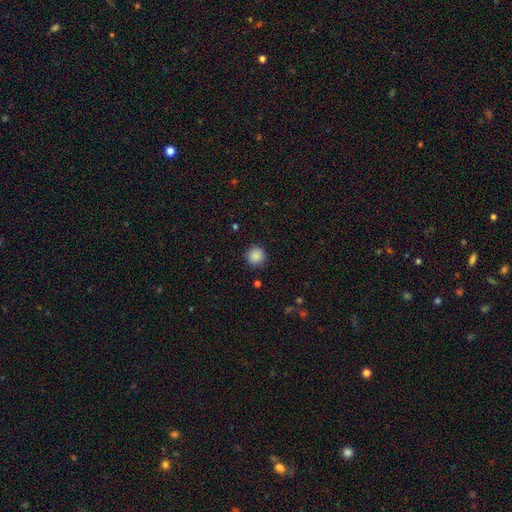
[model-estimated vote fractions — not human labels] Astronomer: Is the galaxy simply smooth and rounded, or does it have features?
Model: smooth — 87%.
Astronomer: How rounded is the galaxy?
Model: round — 94%.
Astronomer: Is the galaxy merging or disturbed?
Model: none — 90%.